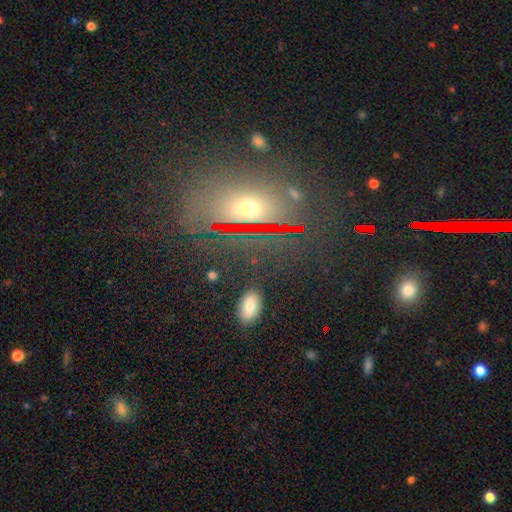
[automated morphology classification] The model was most divided on "smooth or featured": star or artifact: 50%, featured or disk: 26%, smooth: 25%.